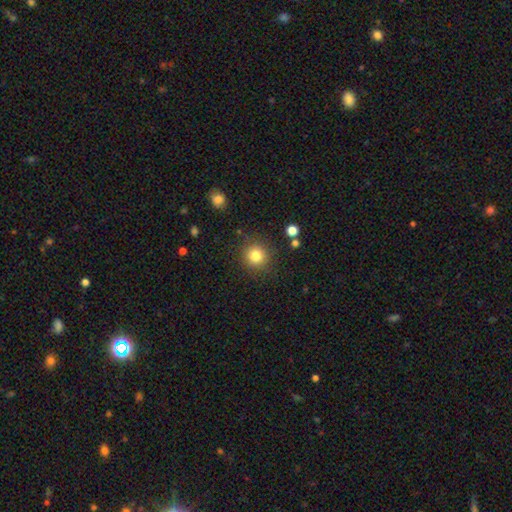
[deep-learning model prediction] Smooth or featured?
  - smooth: 81% *
  - star or artifact: 12%
  - featured or disk: 7%
How rounded?
  - round: 93% *
  - in between: 6%
  - cigar-shaped: 1%
Merging?
  - none: 87% *
  - minor disturbance: 8%
  - major disturbance: 3%
  - merger: 2%